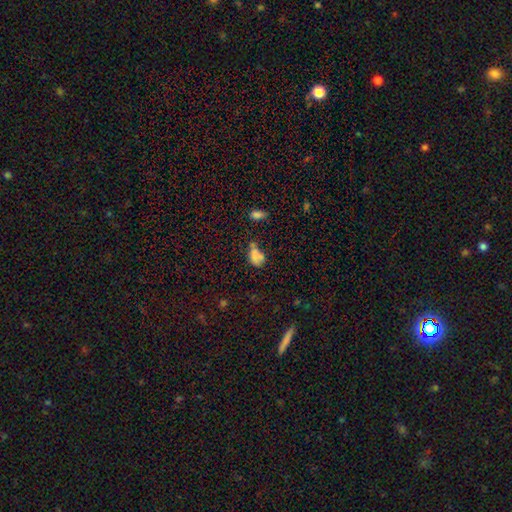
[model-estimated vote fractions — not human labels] smooth-or-featured: smooth: 73% | star or artifact: 16% | featured or disk: 11%
  how-rounded: in between: 78% | round: 20% | cigar-shaped: 3%
  merging: none: 37% | minor disturbance: 27% | merger: 22% | major disturbance: 14%